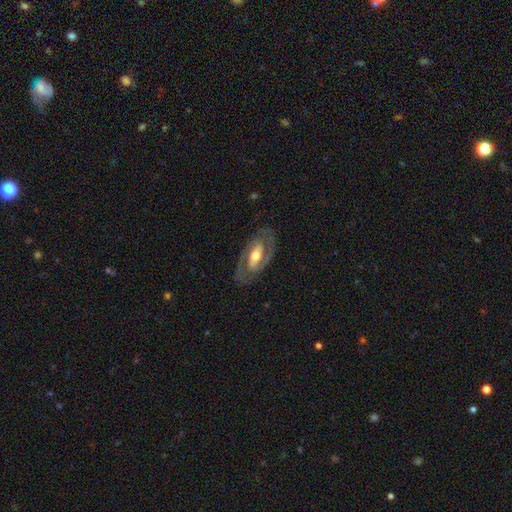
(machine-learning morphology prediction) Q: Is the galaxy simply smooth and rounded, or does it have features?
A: featured or disk — 77%.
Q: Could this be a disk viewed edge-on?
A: no — 91%.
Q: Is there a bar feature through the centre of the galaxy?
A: no — 37%.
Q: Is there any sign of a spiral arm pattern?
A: yes — 73%.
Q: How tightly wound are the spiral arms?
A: tight — 45%.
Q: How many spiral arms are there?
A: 2 — 82%.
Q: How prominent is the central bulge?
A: moderate — 66%.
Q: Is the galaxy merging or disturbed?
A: none — 80%.